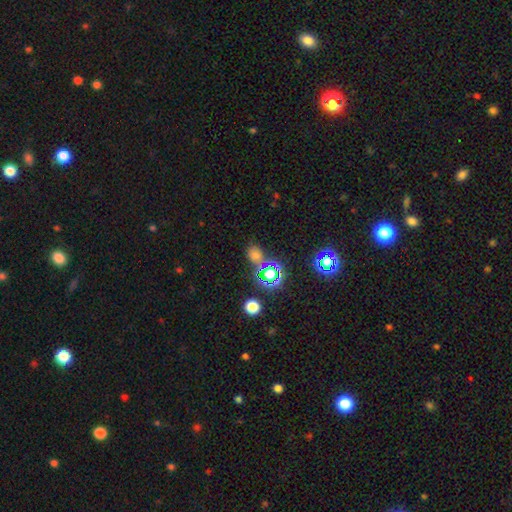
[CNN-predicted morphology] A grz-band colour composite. It shows a star or artifact, not a galaxy (47%).